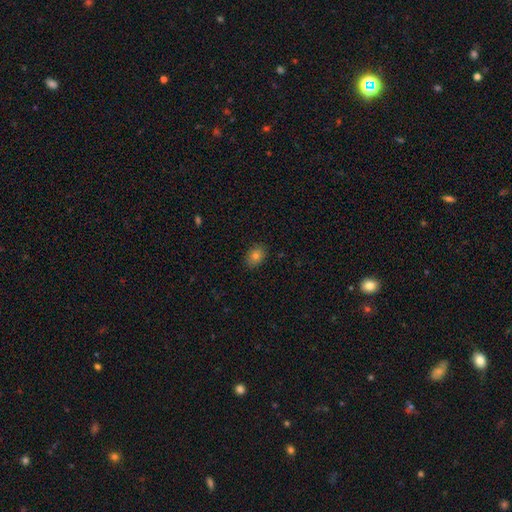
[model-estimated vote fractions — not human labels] smooth_or_featured: smooth (p=0.80) [alt: star or artifact p=0.11]
how_rounded: in between (p=0.70) [alt: round p=0.29]
merging: none (p=0.86) [alt: minor disturbance p=0.10]